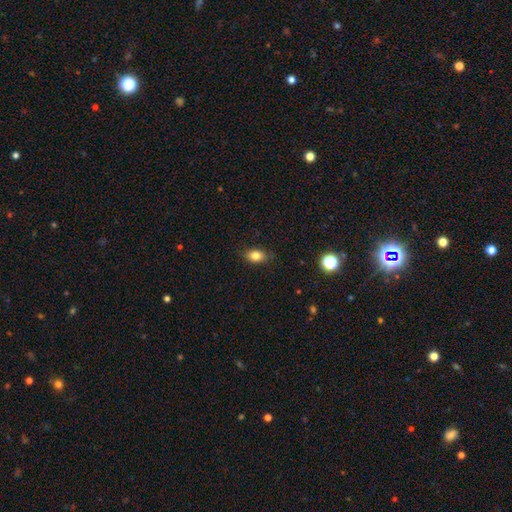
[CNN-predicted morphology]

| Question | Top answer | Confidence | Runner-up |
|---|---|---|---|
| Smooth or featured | smooth | 82% | star or artifact (10%) |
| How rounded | in between | 79% | round (18%) |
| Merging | none | 84% | minor disturbance (13%) |